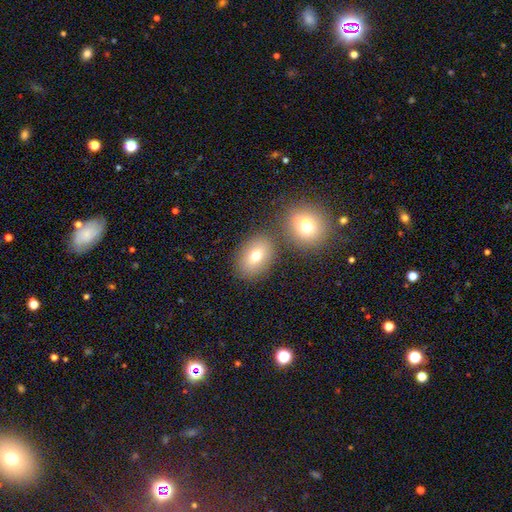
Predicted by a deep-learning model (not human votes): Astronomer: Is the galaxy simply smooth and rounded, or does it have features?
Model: smooth — 72%.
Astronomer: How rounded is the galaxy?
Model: in between — 70%.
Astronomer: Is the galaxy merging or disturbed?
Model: none — 71%.